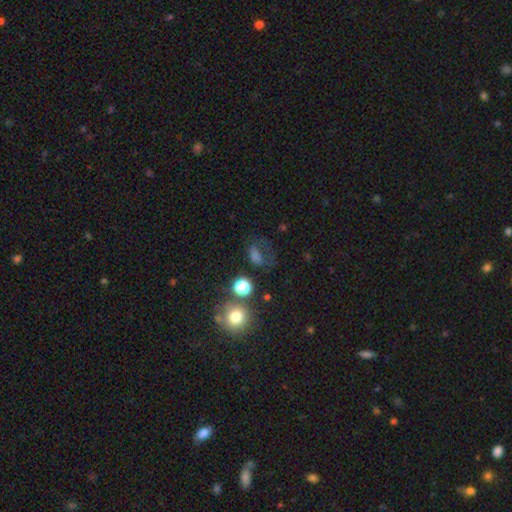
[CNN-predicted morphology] smooth_or_featured: smooth (p=0.56) [alt: star or artifact p=0.26]
how_rounded: in between (p=0.57) [alt: round p=0.40]
merging: none (p=0.44) [alt: major disturbance p=0.27]